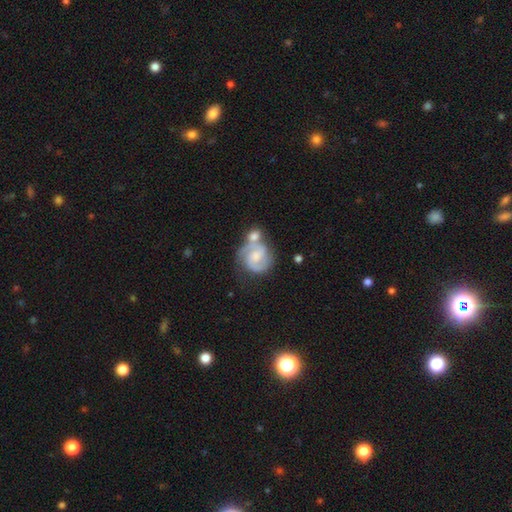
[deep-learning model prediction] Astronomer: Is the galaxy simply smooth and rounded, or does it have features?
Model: featured or disk — 82%.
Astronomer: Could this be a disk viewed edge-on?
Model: no — 98%.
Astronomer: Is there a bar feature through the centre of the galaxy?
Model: no — 49% (runner-up: weak, 42%).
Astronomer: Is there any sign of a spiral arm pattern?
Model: yes — 96%.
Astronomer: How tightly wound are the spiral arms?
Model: medium — 49% (runner-up: tight, 40%).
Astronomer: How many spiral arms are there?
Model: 2 — 85%.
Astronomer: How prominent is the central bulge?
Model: small — 44% (runner-up: moderate, 33%).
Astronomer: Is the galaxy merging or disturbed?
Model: none — 41% (runner-up: merger, 36%).